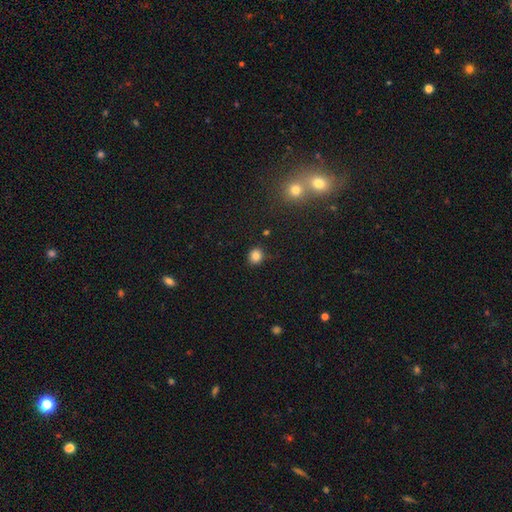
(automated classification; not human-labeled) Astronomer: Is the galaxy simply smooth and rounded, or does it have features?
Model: smooth — 83%.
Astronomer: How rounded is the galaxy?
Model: round — 79%.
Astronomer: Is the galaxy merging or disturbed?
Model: none — 83%.